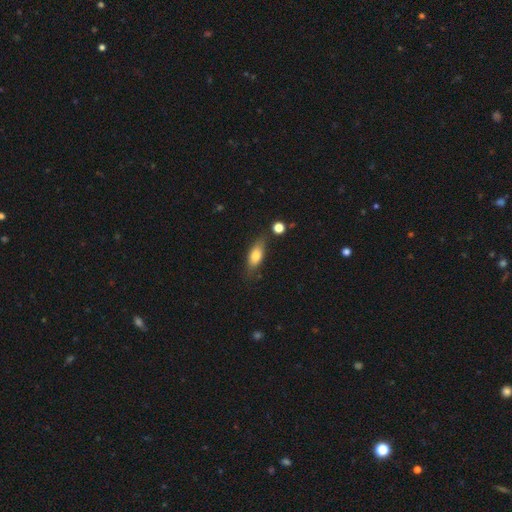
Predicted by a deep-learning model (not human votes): Q: Smooth or featured?
A: smooth (74%); runner-up: featured or disk (18%)
Q: How rounded?
A: in between (75%); runner-up: cigar-shaped (21%)
Q: Merging?
A: none (72%); runner-up: minor disturbance (18%)